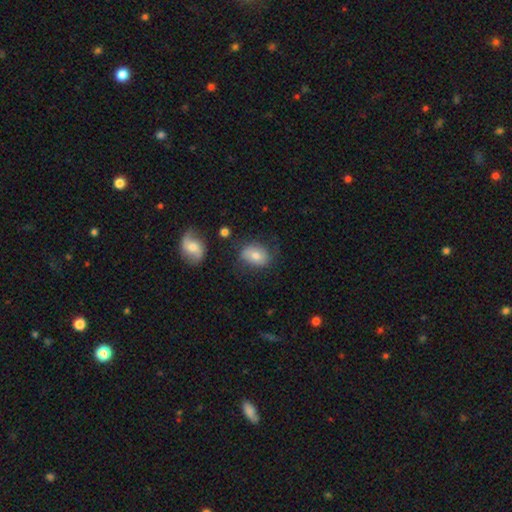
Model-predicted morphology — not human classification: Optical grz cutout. It shows a smooth galaxy with no disk features (69%) that is in between round and cigar-shaped (68%). Merging: none (64%).